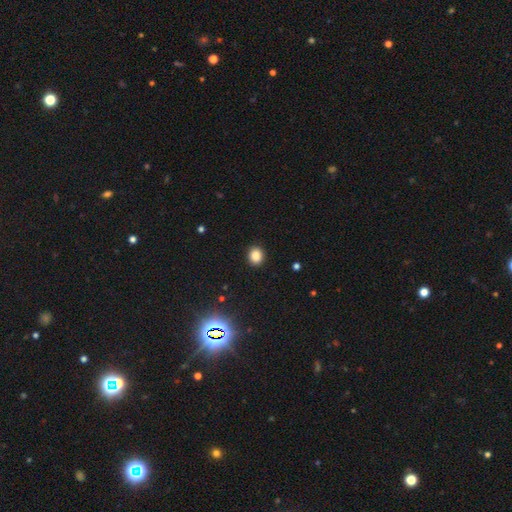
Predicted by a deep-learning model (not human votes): smooth 86%, star or artifact 11%, featured or disk 4%. Down the decision tree: how rounded — round (63%); merging — none (90%).